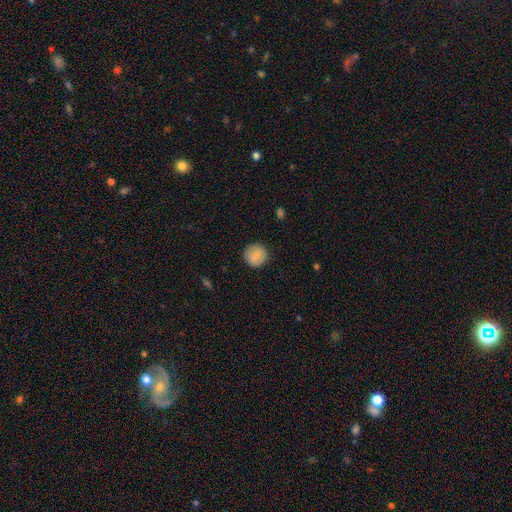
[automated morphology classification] smooth-or-featured: smooth: 79% | featured or disk: 14% | star or artifact: 7%
  how-rounded: round: 92% | in between: 7% | cigar-shaped: 1%
  merging: none: 89% | minor disturbance: 8% | major disturbance: 2% | merger: 1%